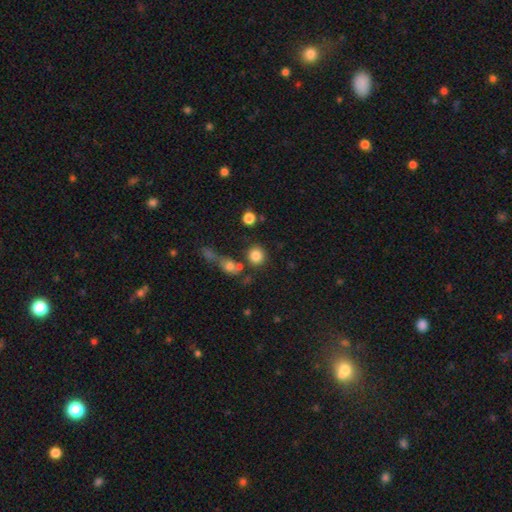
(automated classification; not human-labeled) A smooth galaxy with no disk features (82%) that is round (88%).

Vote fractions:
- Smooth or featured? smooth: 82% / star or artifact: 12% / featured or disk: 6%
- How rounded? round: 88% / in between: 11% / cigar-shaped: 1%
- Merging? none: 75% / merger: 12% / minor disturbance: 9% / major disturbance: 4%